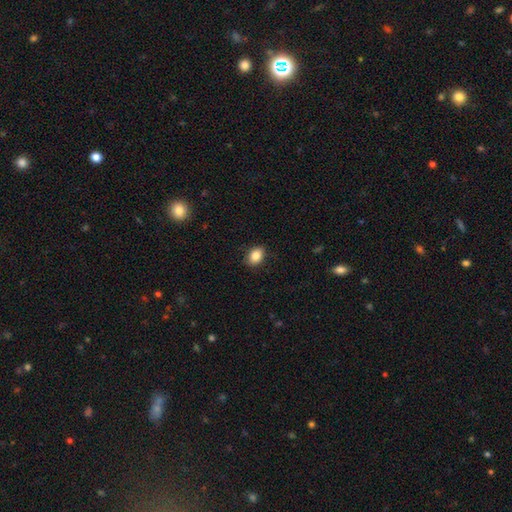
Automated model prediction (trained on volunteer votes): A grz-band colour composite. It shows a smooth galaxy with no disk features (86%) that is in between round and cigar-shaped (70%). Merging: none (86%).